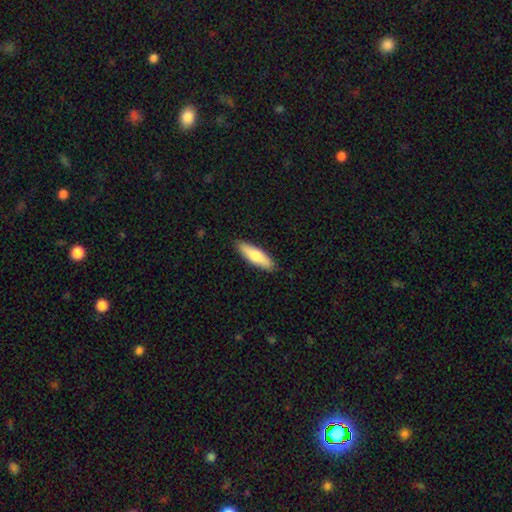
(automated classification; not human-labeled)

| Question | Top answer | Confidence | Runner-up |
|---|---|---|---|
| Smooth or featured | smooth | 74% | featured or disk (20%) |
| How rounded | cigar-shaped | 54% | in between (44%) |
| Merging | none | 88% | minor disturbance (9%) |